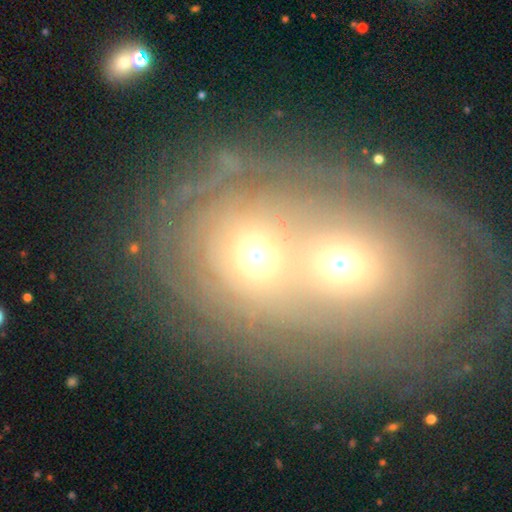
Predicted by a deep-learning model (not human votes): Q: Smooth or featured?
A: smooth (56%); runner-up: star or artifact (22%)
Q: How rounded?
A: round (73%); runner-up: in between (25%)
Q: Merging?
A: none (50%); runner-up: merger (30%)